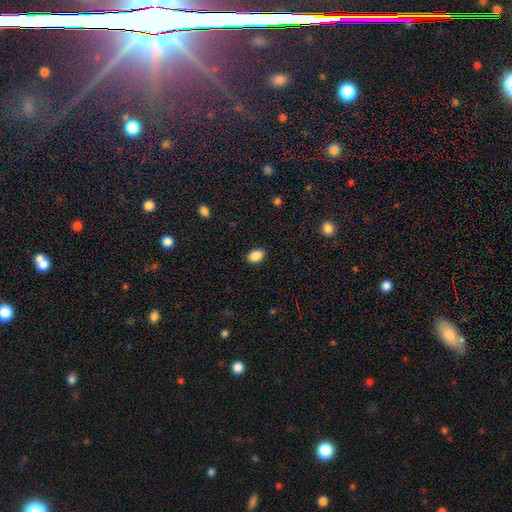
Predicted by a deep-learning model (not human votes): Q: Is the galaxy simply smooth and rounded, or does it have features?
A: smooth — 88%.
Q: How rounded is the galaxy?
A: in between — 82%.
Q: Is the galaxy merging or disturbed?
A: none — 89%.